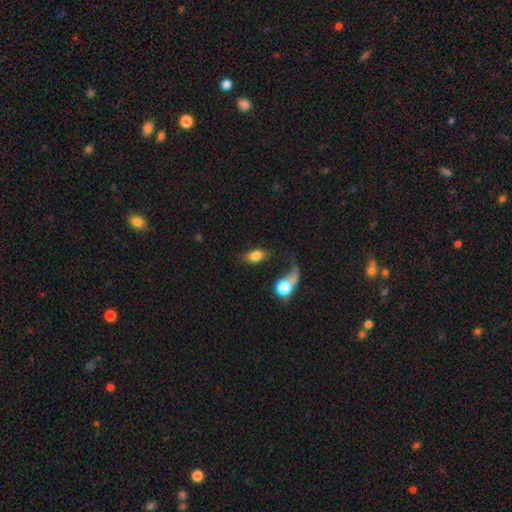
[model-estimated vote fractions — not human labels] Smooth or featured?
  - smooth: 73% *
  - featured or disk: 17%
  - star or artifact: 9%
How rounded?
  - in between: 80% *
  - round: 15%
  - cigar-shaped: 4%
Merging?
  - none: 45% *
  - major disturbance: 20%
  - merger: 17%
  - minor disturbance: 17%